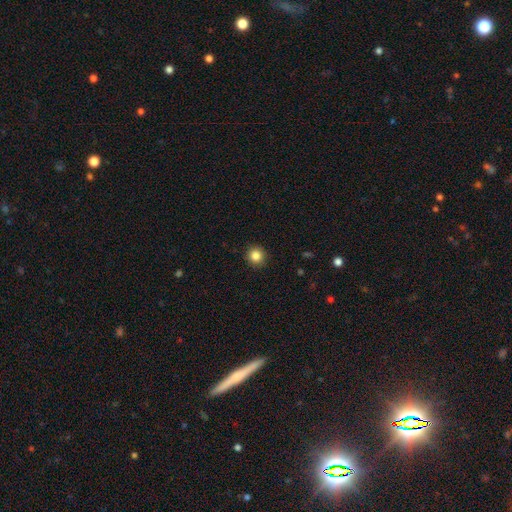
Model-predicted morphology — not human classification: This is clearly a smooth galaxy (85%). How rounded: clearly round (93%). Merging: clearly none (92%).